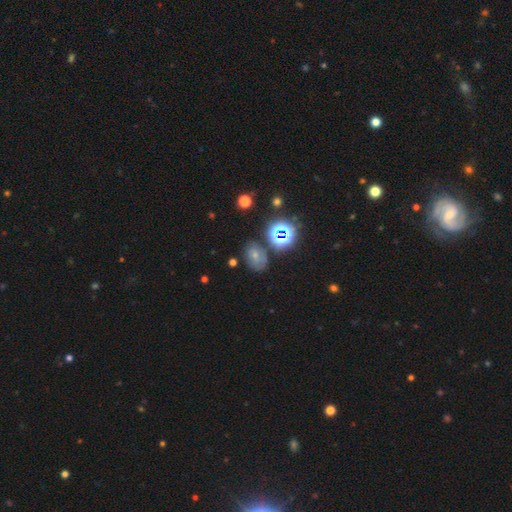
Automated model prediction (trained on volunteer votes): smooth-or-featured: smooth: 46% | star or artifact: 27% | featured or disk: 26%
  merging: none: 65% | minor disturbance: 20% | major disturbance: 8% | merger: 7%